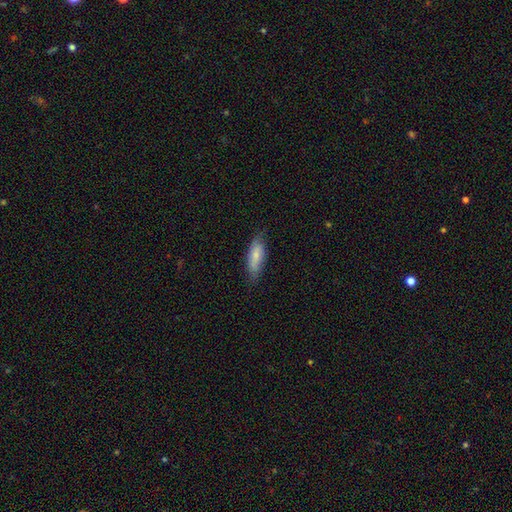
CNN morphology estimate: The model was most divided on "how rounded": in between: 62%, cigar-shaped: 35%, round: 2%. More confident: merging — none (75%); smooth or featured — smooth (74%).